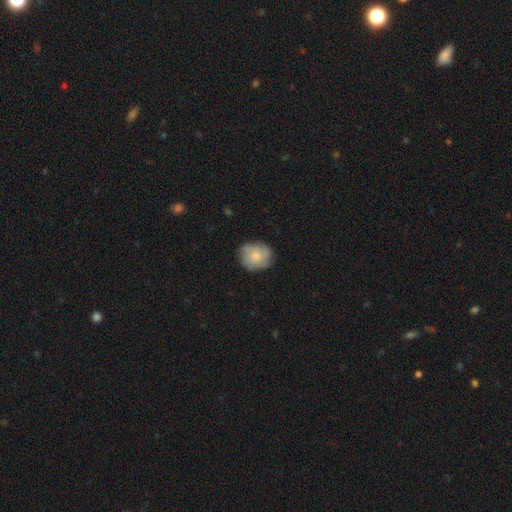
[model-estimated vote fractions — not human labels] This is possibly a smooth galaxy (56%). How rounded: likely round (65%). Merging: likely none (77%).